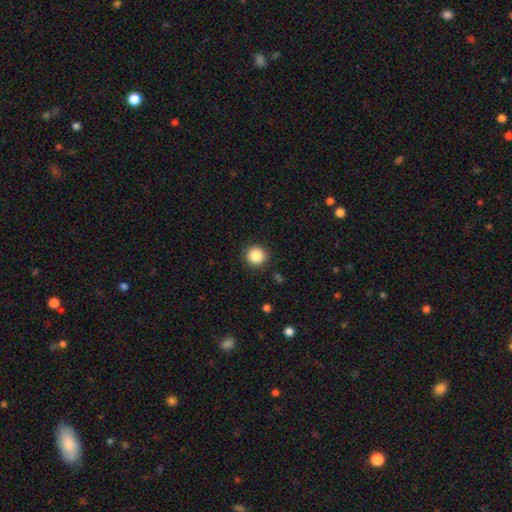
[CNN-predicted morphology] This is clearly a smooth galaxy (86%). How rounded: clearly round (95%). Merging: clearly none (90%).